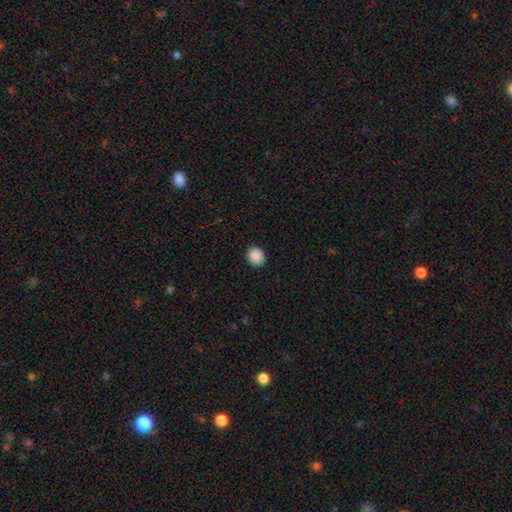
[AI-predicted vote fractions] Smooth or featured: smooth — 89% (star or artifact — 9%)
How rounded: round — 80% (in between — 19%)
Merging: none — 90% (minor disturbance — 7%)